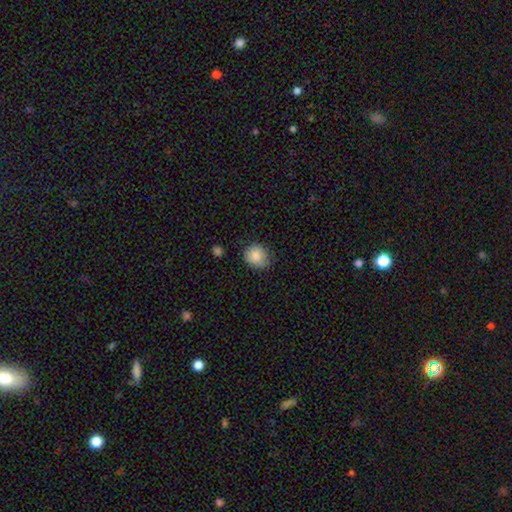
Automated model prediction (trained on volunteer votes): smooth 86%, star or artifact 8%, featured or disk 5%. Down the decision tree: how rounded — round (78%); merging — none (75%).